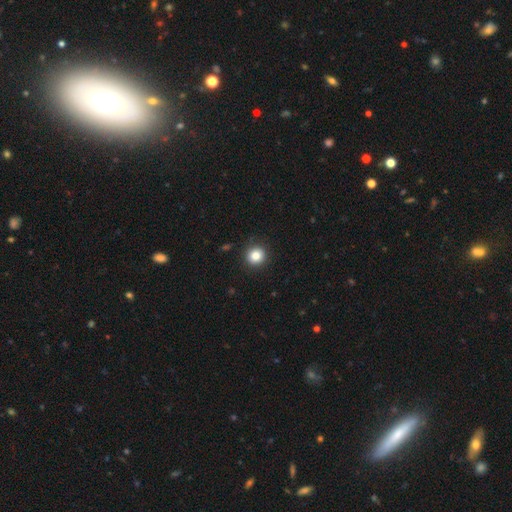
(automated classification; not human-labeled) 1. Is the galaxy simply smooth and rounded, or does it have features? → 84% smooth, 11% star or artifact, 6% featured or disk.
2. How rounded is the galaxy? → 91% round, 8% in between, 1% cigar-shaped.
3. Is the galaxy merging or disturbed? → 91% none, 6% minor disturbance, 2% major disturbance, 1% merger.